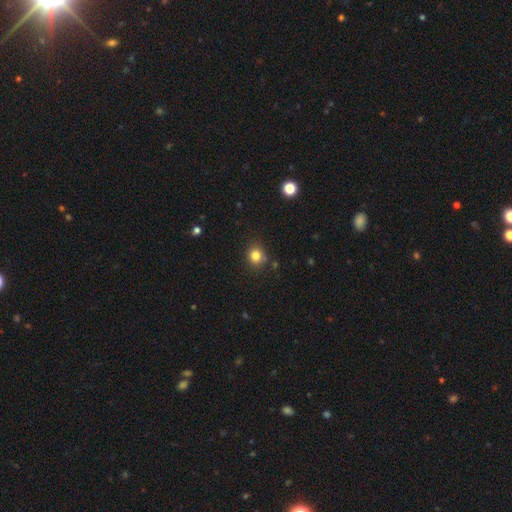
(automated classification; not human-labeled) smooth-or-featured: smooth: 82% | star or artifact: 13% | featured or disk: 6%
  how-rounded: round: 82% | in between: 17% | cigar-shaped: 1%
  merging: none: 85% | minor disturbance: 10% | merger: 3% | major disturbance: 3%